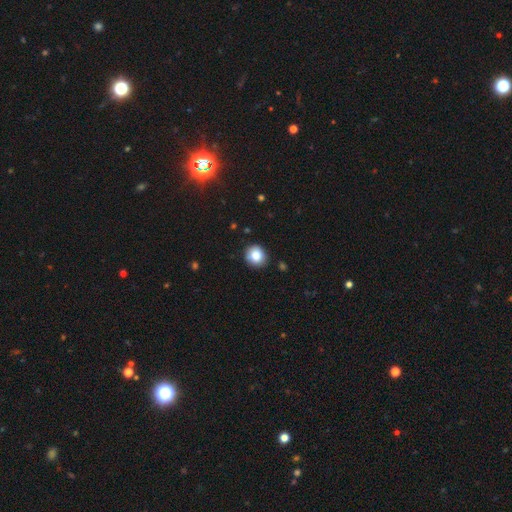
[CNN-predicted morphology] Smooth or featured? smooth (84%)
How rounded? round (85%)
Merging? none (87%)